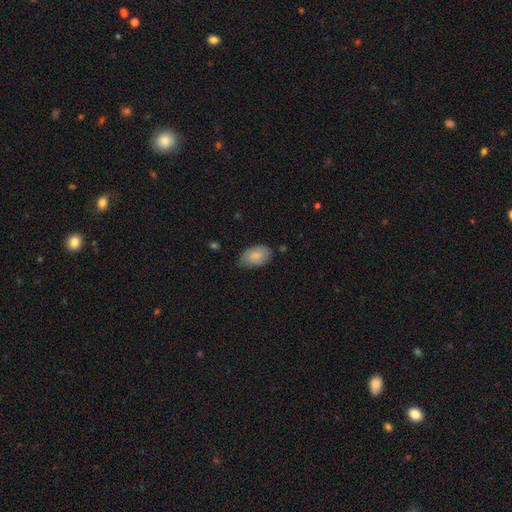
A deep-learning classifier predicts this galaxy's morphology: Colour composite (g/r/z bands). It shows a smooth galaxy with no disk features (81%) that is in between round and cigar-shaped (92%). Merging: none (65%).